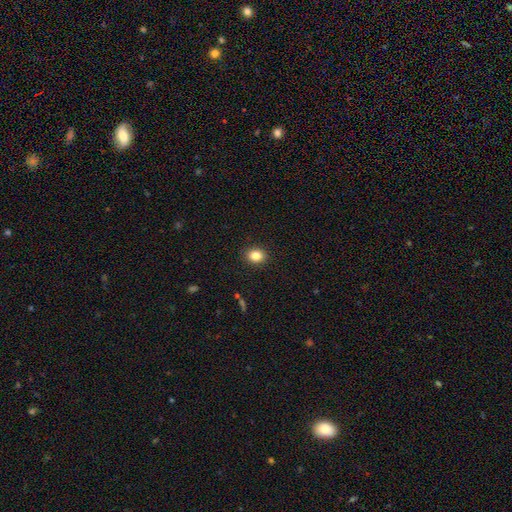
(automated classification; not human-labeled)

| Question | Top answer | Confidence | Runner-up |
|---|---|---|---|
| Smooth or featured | smooth | 84% | star or artifact (10%) |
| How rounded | round | 57% | in between (42%) |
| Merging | none | 90% | minor disturbance (7%) |